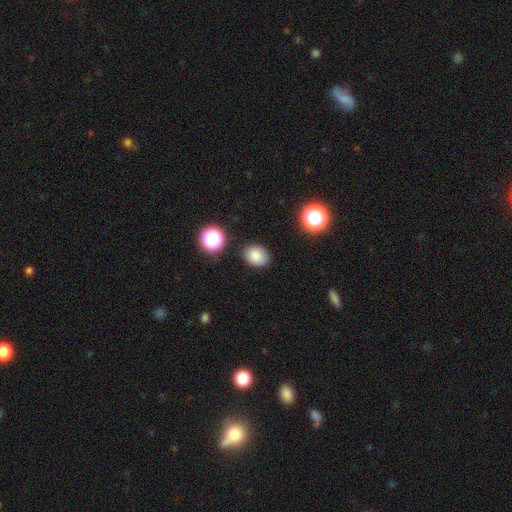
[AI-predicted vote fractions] smooth 84%, star or artifact 11%, featured or disk 5%. Down the decision tree: how rounded — in between (55%); merging — none (84%).